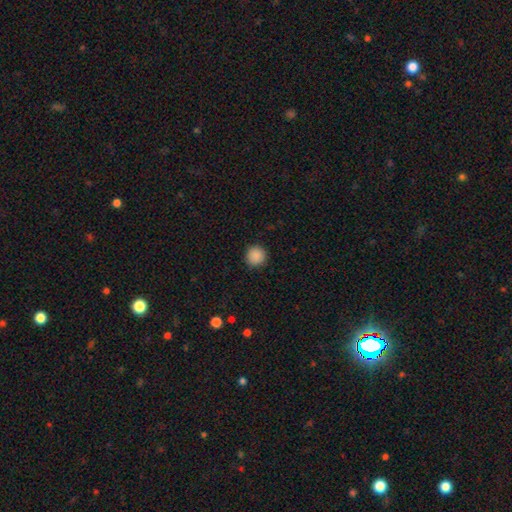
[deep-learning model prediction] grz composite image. It shows a smooth galaxy with no disk features (89%) that is round (95%). Merging: none (92%).